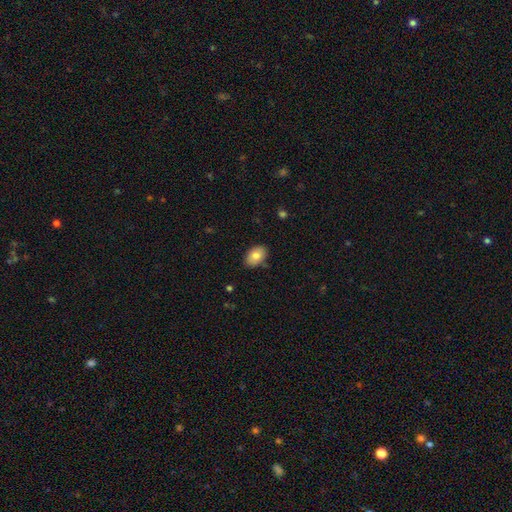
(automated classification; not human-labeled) Q: Smooth or featured?
A: smooth (80%); runner-up: featured or disk (12%)
Q: How rounded?
A: in between (87%); runner-up: round (12%)
Q: Merging?
A: none (85%); runner-up: minor disturbance (11%)